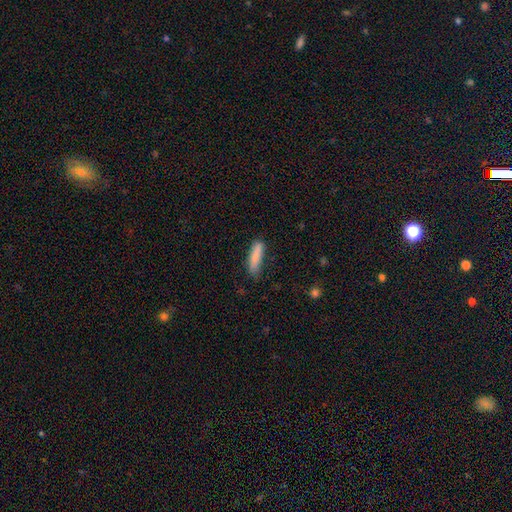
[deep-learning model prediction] This is clearly a smooth galaxy (82%). How rounded: likely cigar-shaped (77%). Merging: likely none (71%).